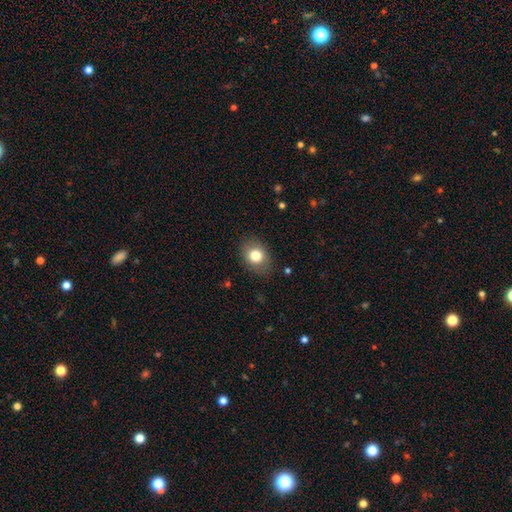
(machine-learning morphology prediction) The model was most divided on "how rounded": in between: 53%, round: 46%, cigar-shaped: 1%. More confident: merging — none (83%); smooth or featured — smooth (80%).